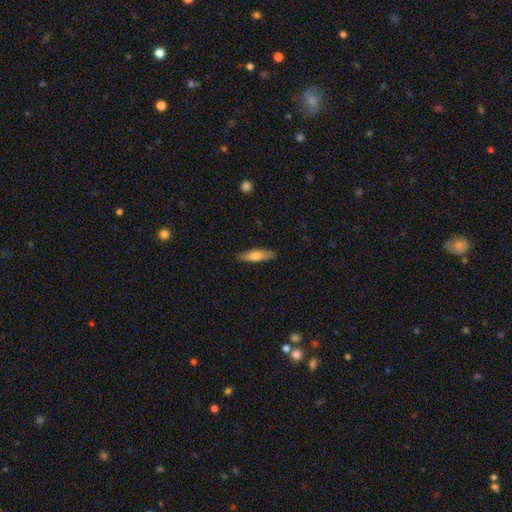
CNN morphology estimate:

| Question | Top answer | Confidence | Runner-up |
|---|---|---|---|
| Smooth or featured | smooth | 68% | featured or disk (26%) |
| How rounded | cigar-shaped | 61% | in between (37%) |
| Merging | none | 87% | minor disturbance (10%) |